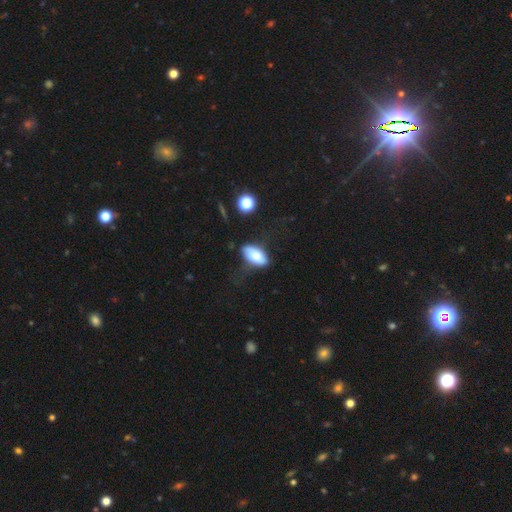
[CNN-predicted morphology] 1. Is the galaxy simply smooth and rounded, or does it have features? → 73% smooth, 19% featured or disk, 8% star or artifact.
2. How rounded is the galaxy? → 92% in between, 5% cigar-shaped, 4% round.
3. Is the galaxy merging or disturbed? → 54% none, 28% minor disturbance, 14% major disturbance, 3% merger.